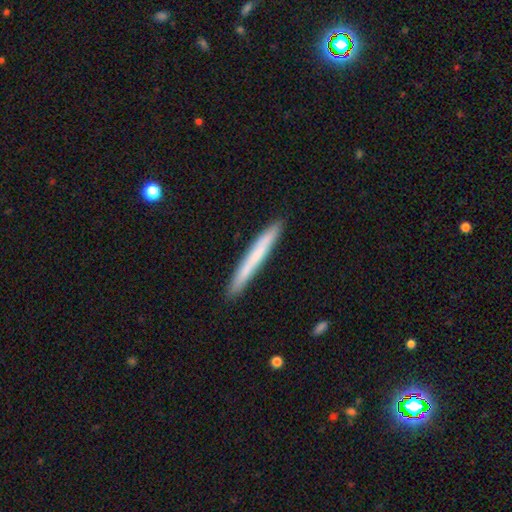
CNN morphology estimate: smooth 63%, featured or disk 31%, star or artifact 6%. Down the decision tree: how rounded — cigar-shaped (97%); merging — none (91%).